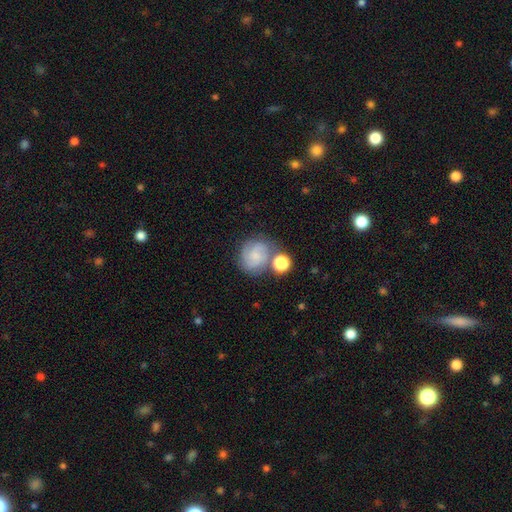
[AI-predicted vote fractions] A featured or disk galaxy (45%, tied with smooth). Merging: none (56%).